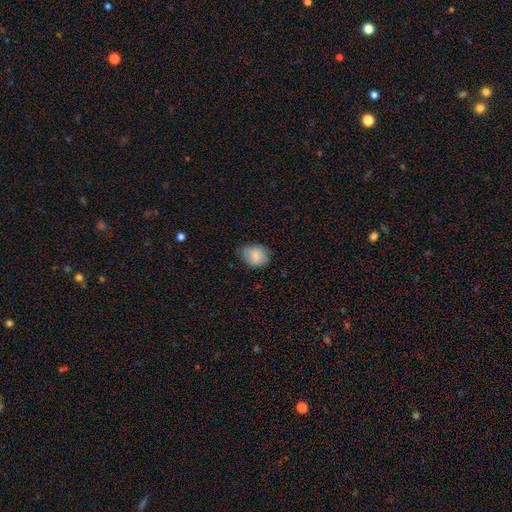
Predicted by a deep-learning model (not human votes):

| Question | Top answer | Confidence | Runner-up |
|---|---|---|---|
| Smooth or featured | smooth | 81% | featured or disk (11%) |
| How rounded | in between | 63% | round (36%) |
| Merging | none | 65% | minor disturbance (28%) |